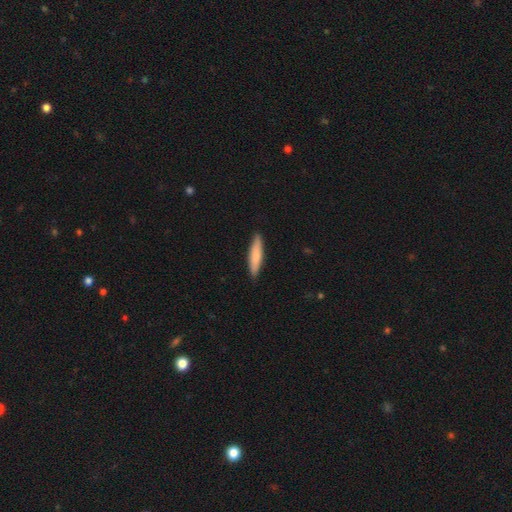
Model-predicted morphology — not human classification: smooth 78%, featured or disk 17%, star or artifact 5%. Down the decision tree: how rounded — cigar-shaped (84%); merging — none (89%).